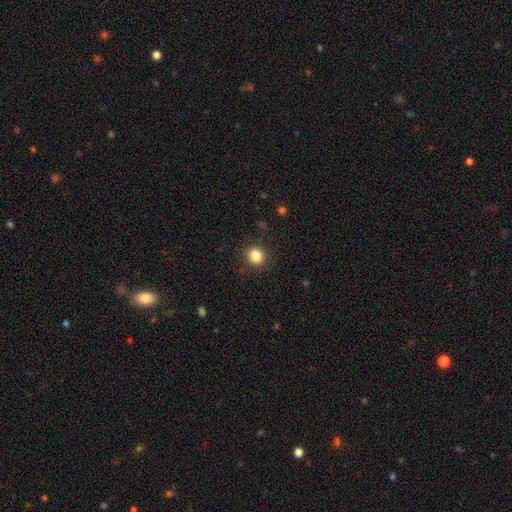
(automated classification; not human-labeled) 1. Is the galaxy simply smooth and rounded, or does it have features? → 85% smooth, 11% star or artifact, 4% featured or disk.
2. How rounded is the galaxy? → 86% round, 13% in between, 1% cigar-shaped.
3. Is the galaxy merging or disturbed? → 89% none, 7% minor disturbance, 3% major disturbance, 1% merger.